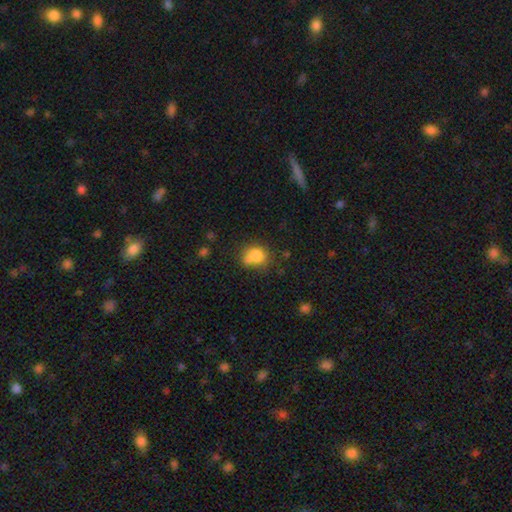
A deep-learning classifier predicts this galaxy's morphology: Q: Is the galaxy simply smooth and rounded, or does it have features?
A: smooth — 80%.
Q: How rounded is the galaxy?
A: round — 66%.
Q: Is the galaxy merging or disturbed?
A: none — 49%.